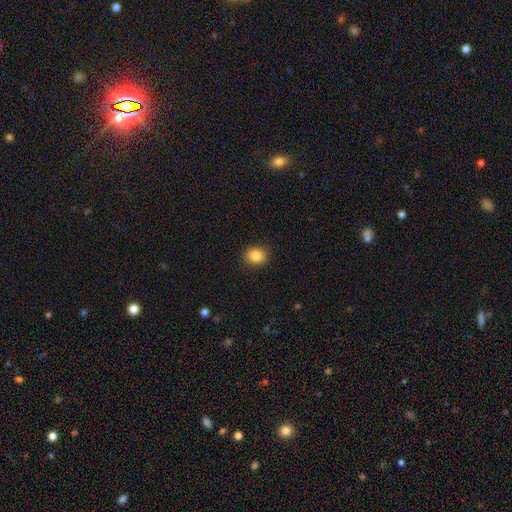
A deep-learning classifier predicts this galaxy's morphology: Q: Smooth or featured?
A: smooth (85%); runner-up: star or artifact (10%)
Q: How rounded?
A: round (71%); runner-up: in between (28%)
Q: Merging?
A: none (89%); runner-up: minor disturbance (8%)